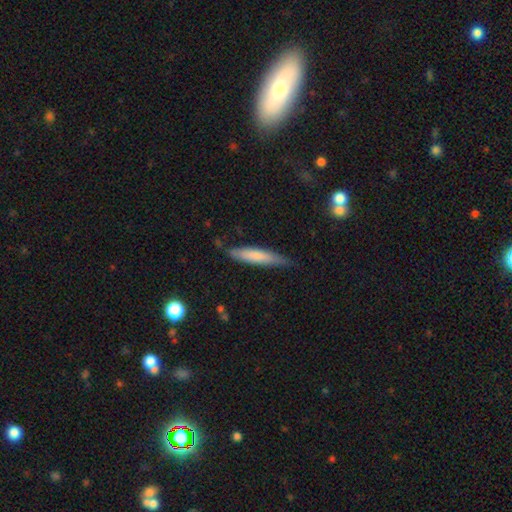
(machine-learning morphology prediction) Smooth or featured? smooth (71%)
How rounded? cigar-shaped (86%)
Merging? none (76%)